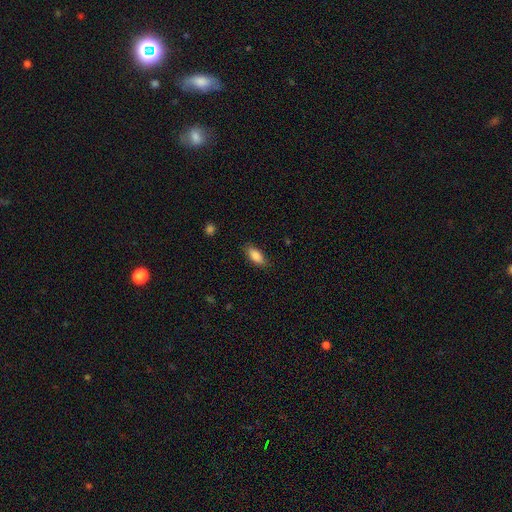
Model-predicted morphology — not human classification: A smooth galaxy with no disk features (85%) that is in between round and cigar-shaped (85%).

Vote fractions:
- Smooth or featured? smooth: 85% / featured or disk: 8% / star or artifact: 7%
- How rounded? in between: 85% / cigar-shaped: 13% / round: 2%
- Merging? none: 84% / minor disturbance: 12% / major disturbance: 3% / merger: 1%